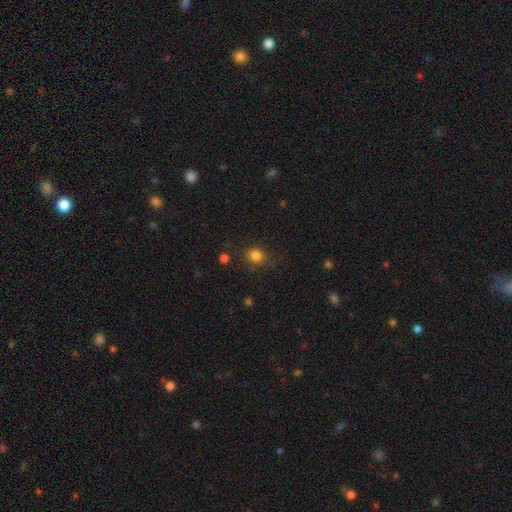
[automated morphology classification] smooth_or_featured: smooth (p=0.82) [alt: star or artifact p=0.13]
how_rounded: round (p=0.83) [alt: in between p=0.17]
merging: none (p=0.81) [alt: minor disturbance p=0.12]